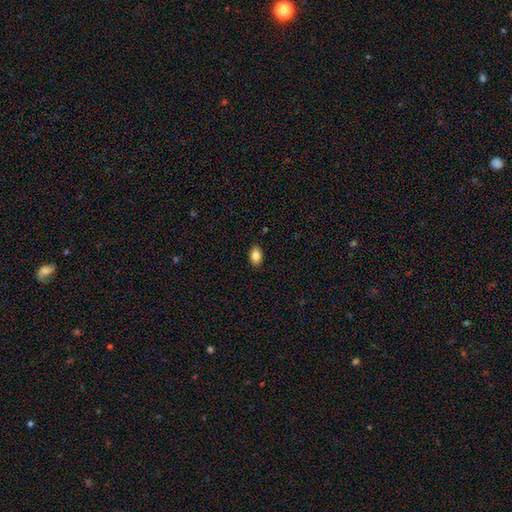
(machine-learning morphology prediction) Smooth or featured: smooth — 85% (star or artifact — 8%)
How rounded: in between — 86% (round — 13%)
Merging: none — 89% (minor disturbance — 8%)